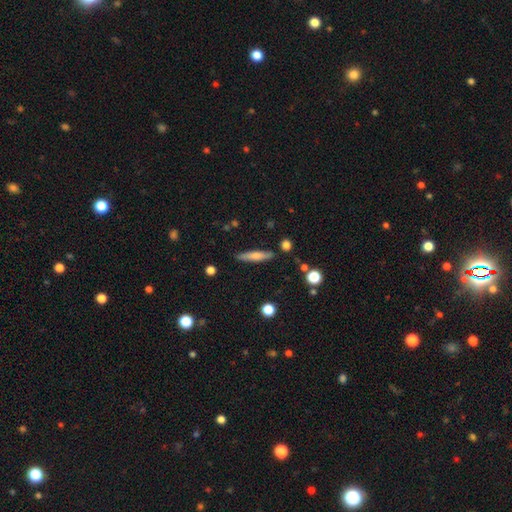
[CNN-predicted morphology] smooth 59%, featured or disk 34%, star or artifact 7%. Down the decision tree: how rounded — cigar-shaped (86%); merging — none (85%).